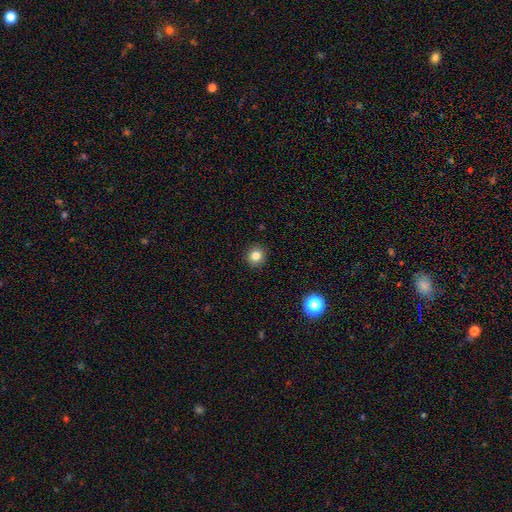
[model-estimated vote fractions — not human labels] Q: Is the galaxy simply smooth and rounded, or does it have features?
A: smooth — 83%.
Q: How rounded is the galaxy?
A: round — 91%.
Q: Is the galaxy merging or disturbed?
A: none — 92%.